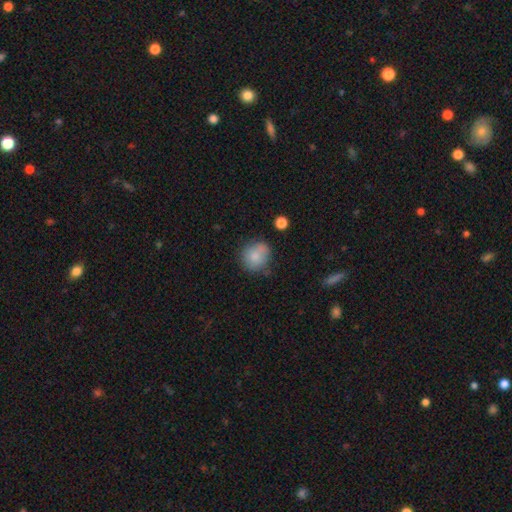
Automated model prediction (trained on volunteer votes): The model was most divided on "merging": none: 65%, minor disturbance: 23%, major disturbance: 7%, merger: 6%. More confident: smooth or featured — smooth (83%); how rounded — round (80%).